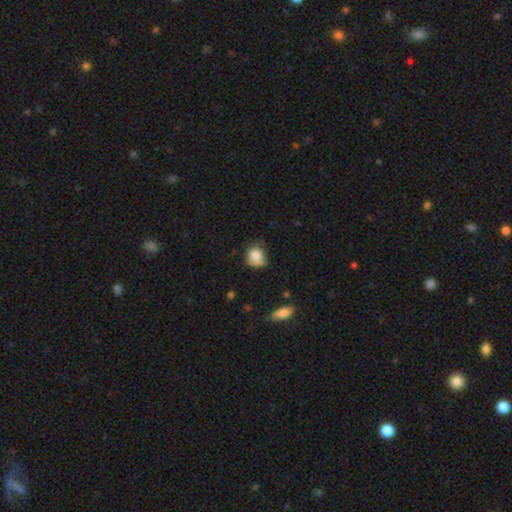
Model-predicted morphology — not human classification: smooth_or_featured: smooth (p=0.76) [alt: featured or disk p=0.16]
how_rounded: round (p=0.66) [alt: in between p=0.33]
merging: none (p=0.43) [alt: minor disturbance p=0.37]